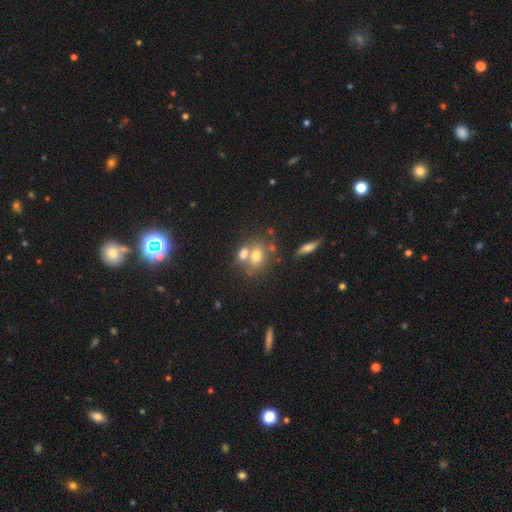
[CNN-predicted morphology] Smooth or featured? Predicted: smooth (p=0.70). How rounded? Predicted: in between (p=0.62). Merging? Predicted: merger (p=0.47).